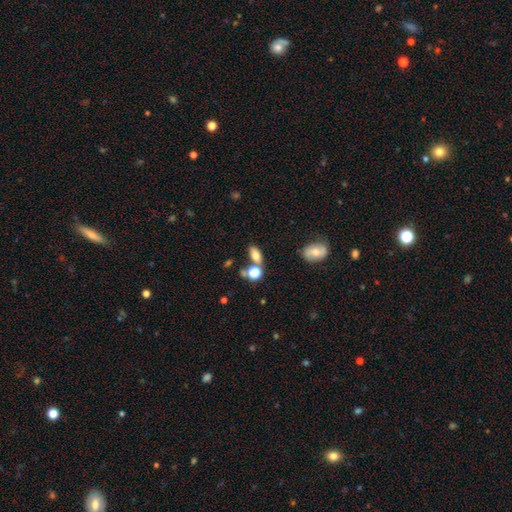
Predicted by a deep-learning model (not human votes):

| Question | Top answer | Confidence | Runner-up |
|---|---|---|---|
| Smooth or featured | smooth | 76% | featured or disk (12%) |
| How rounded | in between | 82% | round (13%) |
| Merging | none | 60% | merger (22%) |